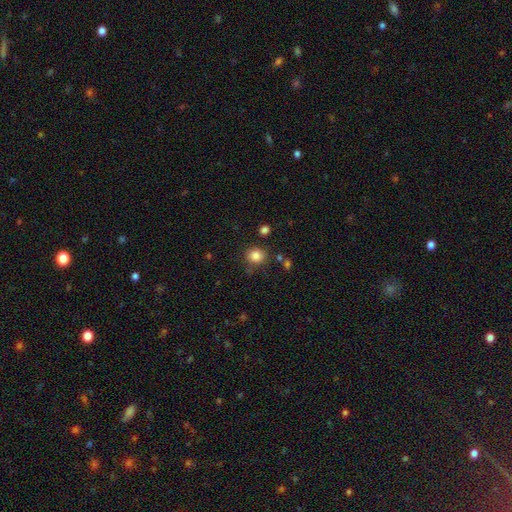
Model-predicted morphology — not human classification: smooth 84%, star or artifact 11%, featured or disk 5%. Down the decision tree: how rounded — round (83%); merging — none (79%).